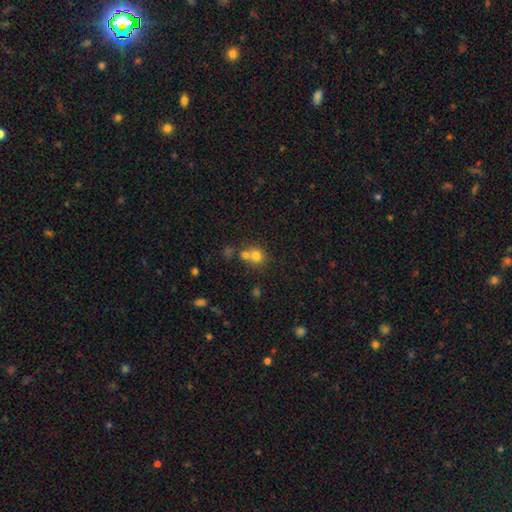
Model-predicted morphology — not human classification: Smooth or featured?
  - smooth: 75% *
  - star or artifact: 13%
  - featured or disk: 11%
How rounded?
  - round: 81% *
  - in between: 19%
  - cigar-shaped: 1%
Merging?
  - none: 45% *
  - merger: 44%
  - minor disturbance: 8%
  - major disturbance: 3%